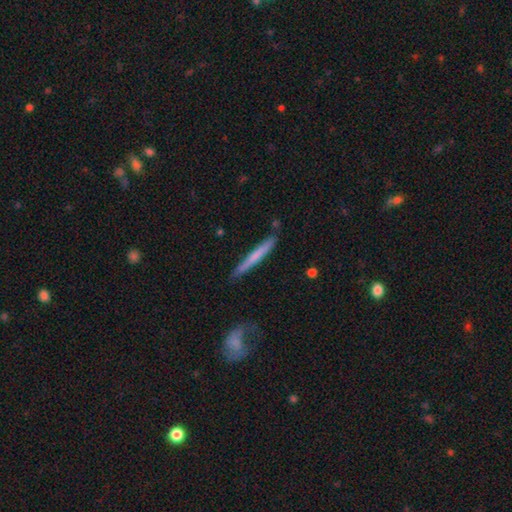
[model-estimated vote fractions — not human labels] Smooth or featured: smooth — 58% (featured or disk — 37%)
How rounded: cigar-shaped — 96% (in between — 2%)
Merging: none — 82% (minor disturbance — 13%)